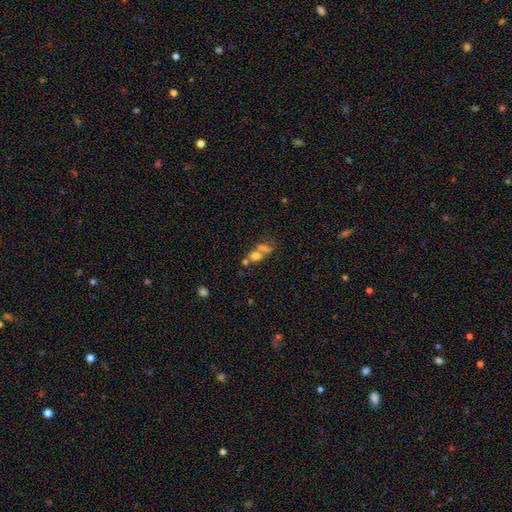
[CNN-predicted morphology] Smooth or featured? smooth (64%)
How rounded? in between (53%)
Merging? merger (52%)